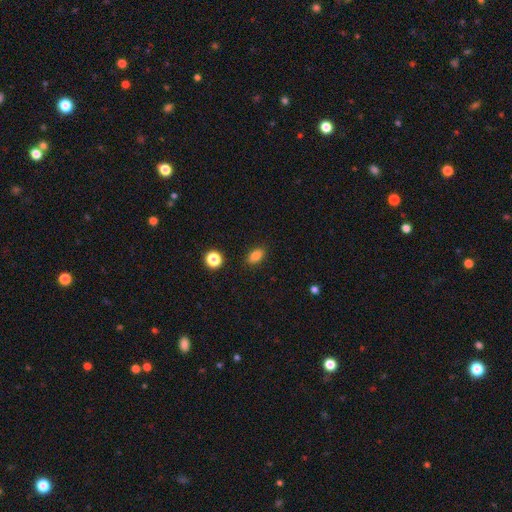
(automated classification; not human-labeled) This appears to be a smooth galaxy with no disk features (84%) that is in between round and cigar-shaped (84%). Merging: none (87%).